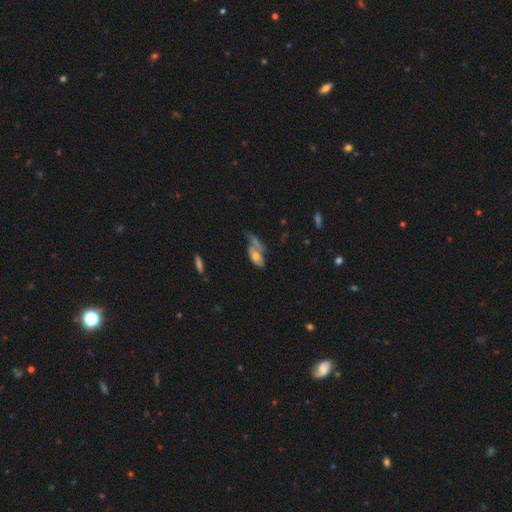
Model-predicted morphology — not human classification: type=smooth (51%); roundness=in between (83%); merging=merger (29%).